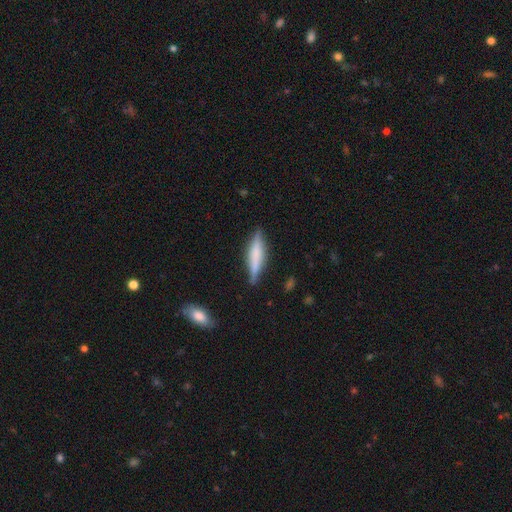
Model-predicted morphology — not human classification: Smooth or featured? Predicted: smooth (p=0.55). How rounded? Predicted: cigar-shaped (p=0.80). Merging? Predicted: none (p=0.80).